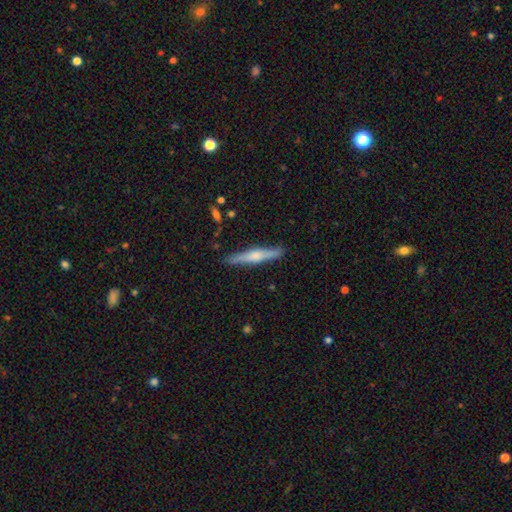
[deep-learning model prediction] smooth_or_featured: featured or disk (p=0.59) [alt: smooth p=0.36]
disk_edge_on: yes (p=0.97) [alt: no p=0.03]
edge_on_bulge: rounded (p=0.78) [alt: boxy p=0.12]
merging: none (p=0.89) [alt: minor disturbance p=0.08]